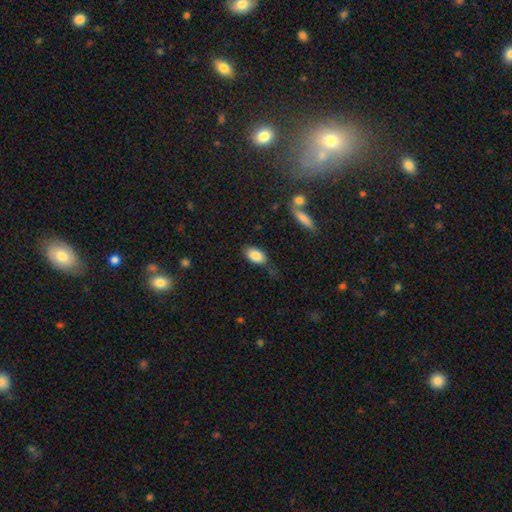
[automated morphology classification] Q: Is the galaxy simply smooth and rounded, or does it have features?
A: smooth — 87%.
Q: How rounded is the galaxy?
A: in between — 92%.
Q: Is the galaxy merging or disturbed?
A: none — 74%.